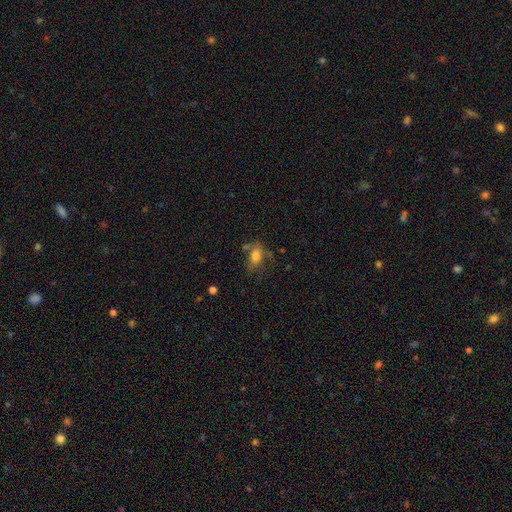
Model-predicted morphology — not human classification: Smooth or featured: smooth — 69% (featured or disk — 20%)
How rounded: in between — 78% (round — 19%)
Merging: none — 46% (minor disturbance — 26%)